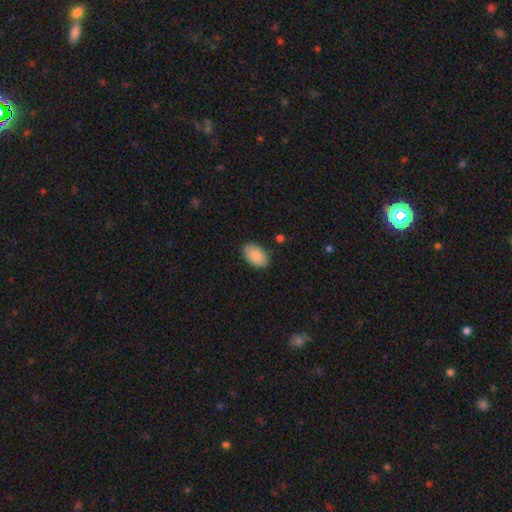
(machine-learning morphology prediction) Smooth or featured: smooth — 86% (featured or disk — 7%)
How rounded: in between — 90% (round — 8%)
Merging: none — 86% (minor disturbance — 10%)